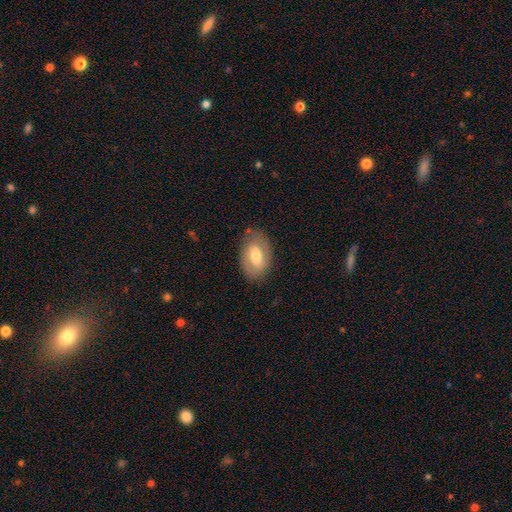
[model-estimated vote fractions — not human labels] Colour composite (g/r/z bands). It shows a smooth galaxy with no disk features (54%) that is in between round and cigar-shaped (90%). Merging: none (79%).